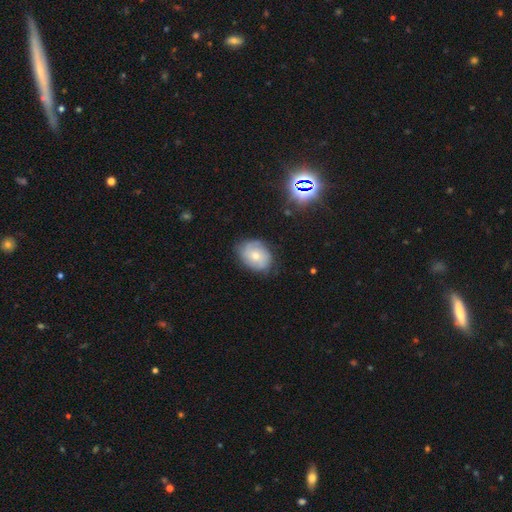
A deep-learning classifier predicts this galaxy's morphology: This appears to be a smooth galaxy with no disk features (47%). Merging: none (73%).